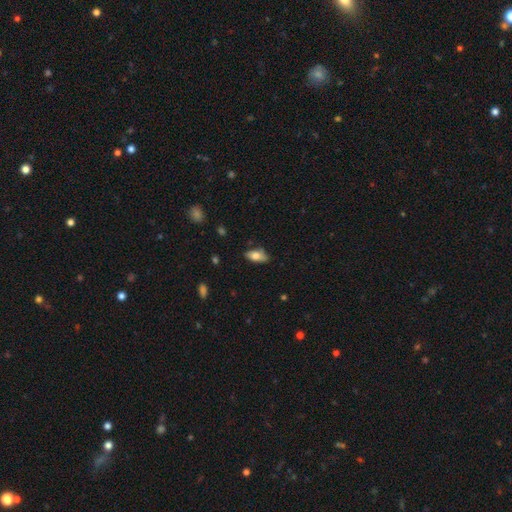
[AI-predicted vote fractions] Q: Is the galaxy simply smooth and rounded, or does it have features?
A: smooth — 75%.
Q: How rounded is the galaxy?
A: in between — 89%.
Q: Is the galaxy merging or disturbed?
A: none — 73%.